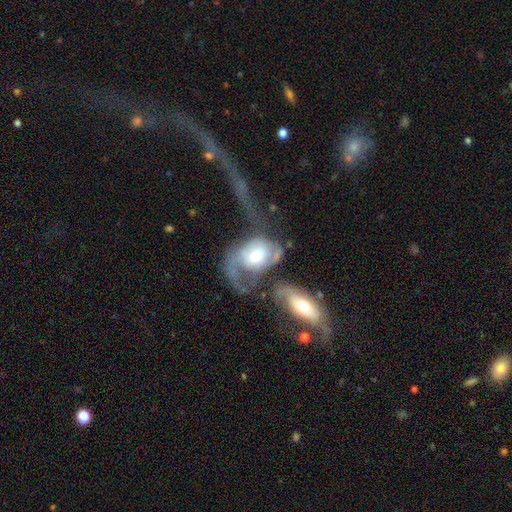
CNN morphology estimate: Smooth or featured: featured or disk — 69% (smooth — 25%)
Edge-on disk: no — 95% (yes — 5%)
Bar: no — 68% (weak — 25%)
Spiral arms: yes — 73% (no — 27%)
Bulge size: moderate — 63% (small — 23%)
Merging: merger — 39% (major disturbance — 38%)